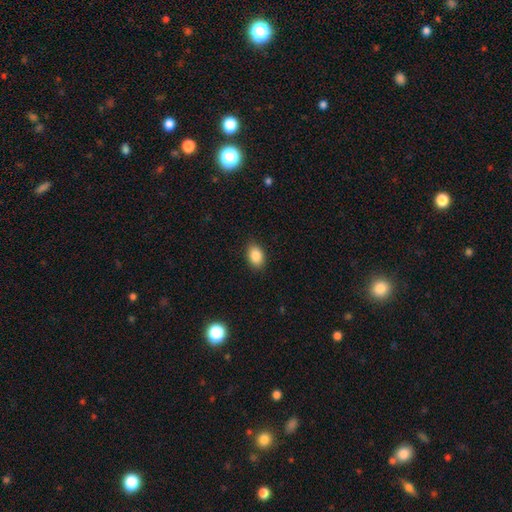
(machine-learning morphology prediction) Q: Smooth or featured?
A: smooth (87%); runner-up: star or artifact (8%)
Q: How rounded?
A: in between (84%); runner-up: round (14%)
Q: Merging?
A: none (88%); runner-up: minor disturbance (9%)